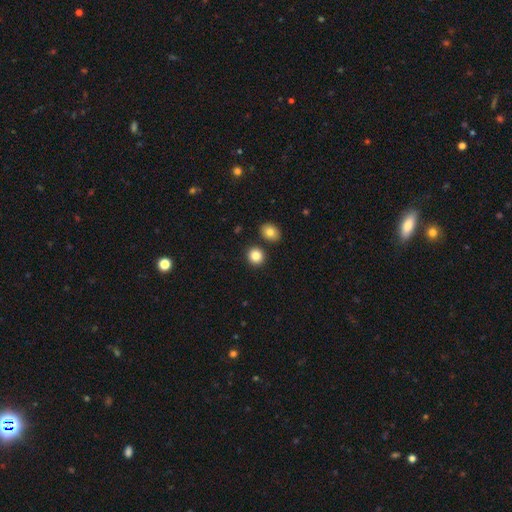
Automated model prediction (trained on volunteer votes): smooth_or_featured: smooth (p=0.84) [alt: star or artifact p=0.10]
how_rounded: round (p=0.82) [alt: in between p=0.17]
merging: none (p=0.84) [alt: merger p=0.07]